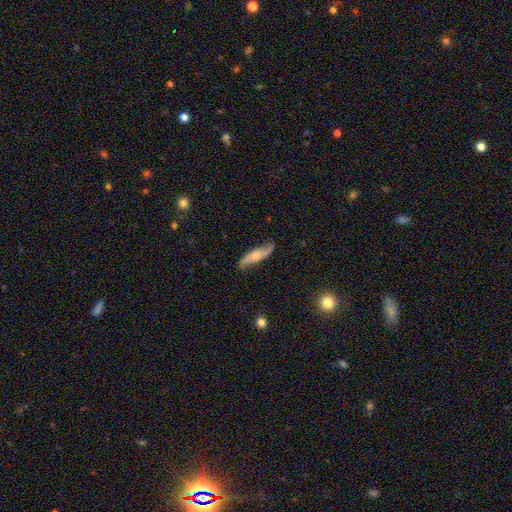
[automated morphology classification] Smooth or featured: featured or disk — 49% (smooth — 45%)
Merging: none — 76% (minor disturbance — 19%)